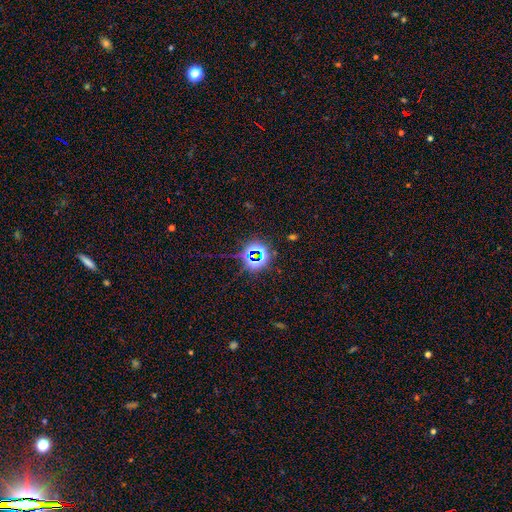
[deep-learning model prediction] Overall: star or artifact (78%).